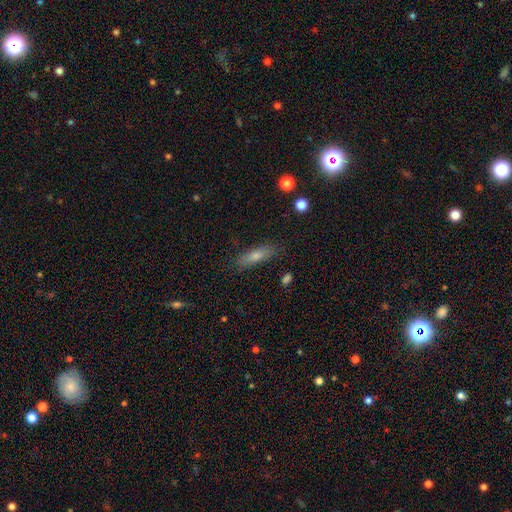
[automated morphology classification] Q: Smooth or featured?
A: smooth (63%); runner-up: featured or disk (26%)
Q: How rounded?
A: cigar-shaped (67%); runner-up: in between (30%)
Q: Merging?
A: none (85%); runner-up: minor disturbance (11%)